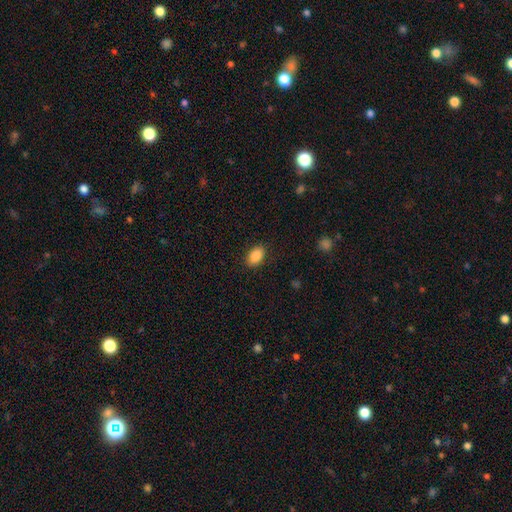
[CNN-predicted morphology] Smooth or featured? smooth (88%)
How rounded? in between (88%)
Merging? none (88%)